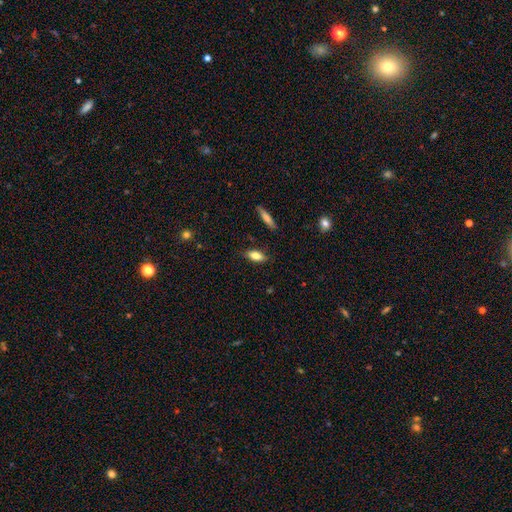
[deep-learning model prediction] Morphology: type=smooth (79%); roundness=in between (76%); merging=none (85%).